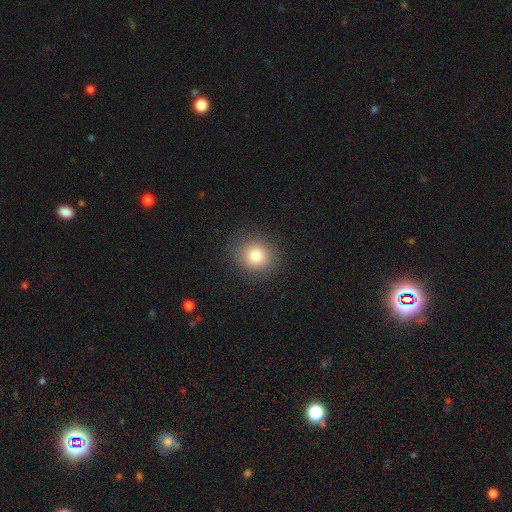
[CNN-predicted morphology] A smooth galaxy with no disk features (80%) that is round (83%). Merging: none (88%).